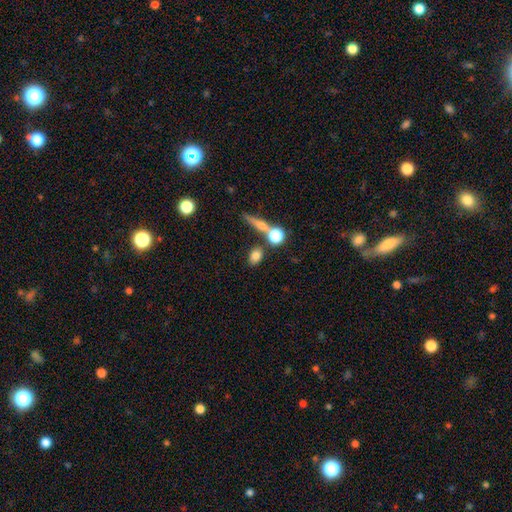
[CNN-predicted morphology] This is likely a smooth galaxy (78%). How rounded: likely in between (68%). Merging: likely none (66%).